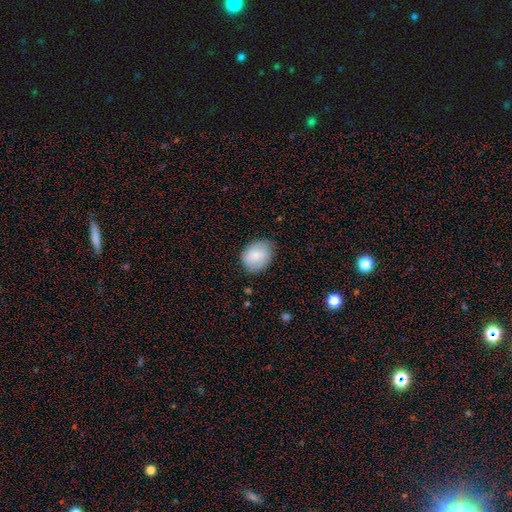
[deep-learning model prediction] Smooth or featured: smooth — 79% (featured or disk — 14%)
How rounded: in between — 60% (round — 39%)
Merging: none — 75% (minor disturbance — 20%)